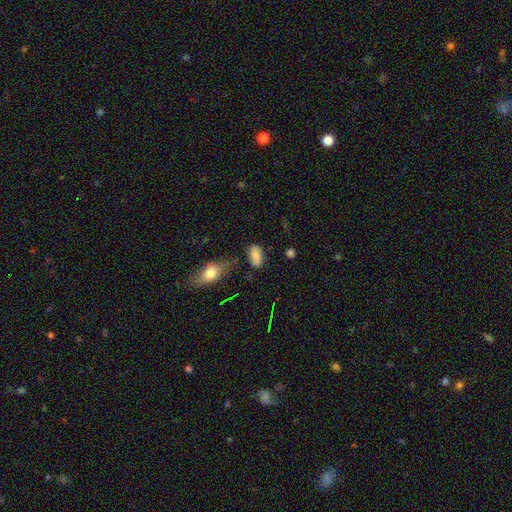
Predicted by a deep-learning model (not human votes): This is likely a smooth galaxy (80%). How rounded: clearly in between (92%). Merging: likely none (70%).